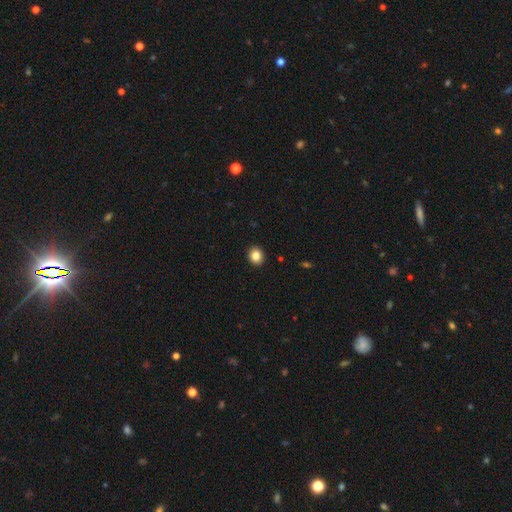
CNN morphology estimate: This is clearly a smooth galaxy (84%). How rounded: likely round (70%). Merging: clearly none (92%).